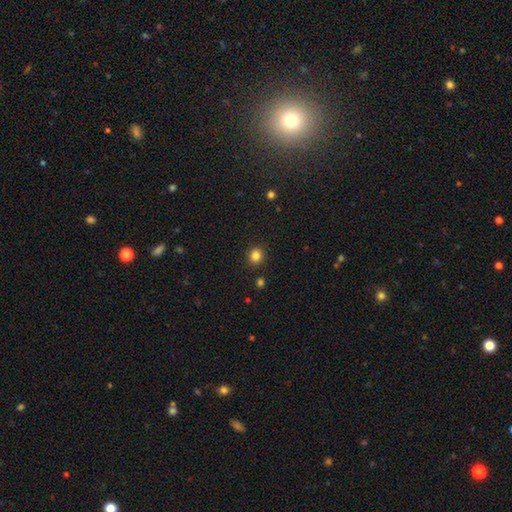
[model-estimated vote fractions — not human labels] Overall: smooth (84%). How rounded: round (85%). Merging: none (90%).